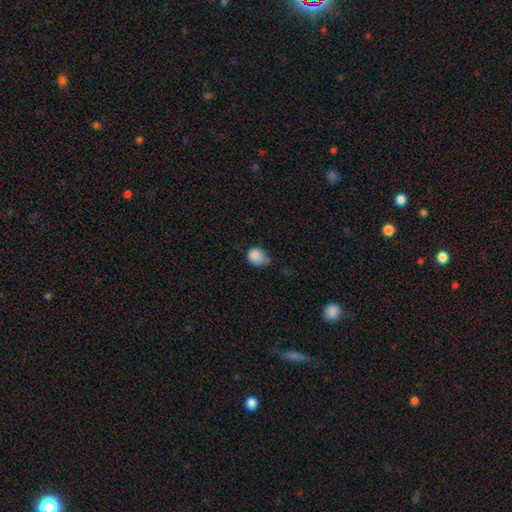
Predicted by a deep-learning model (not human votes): Smooth or featured? smooth (84%)
How rounded? round (63%)
Merging? minor disturbance (45%)